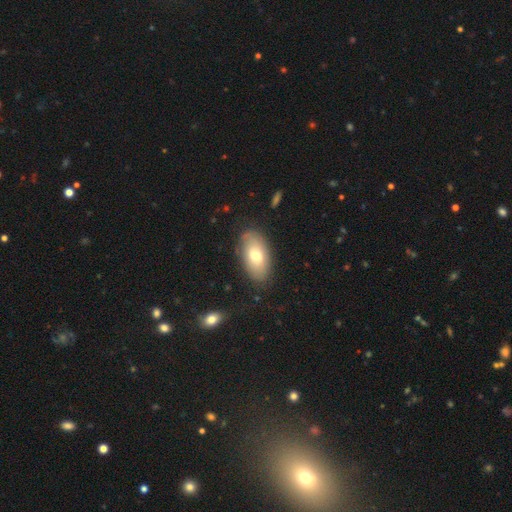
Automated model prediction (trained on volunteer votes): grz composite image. It shows a smooth galaxy with no disk features (62%) that is in between round and cigar-shaped (93%). Merging: none (79%).